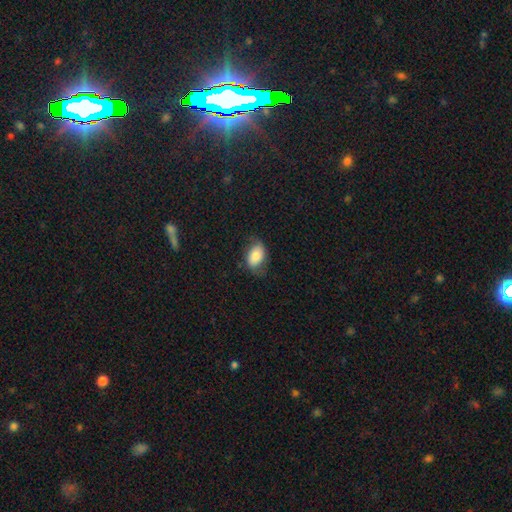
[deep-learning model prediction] smooth 75%, featured or disk 17%, star or artifact 8%. Down the decision tree: how rounded — in between (90%); merging — none (62%).